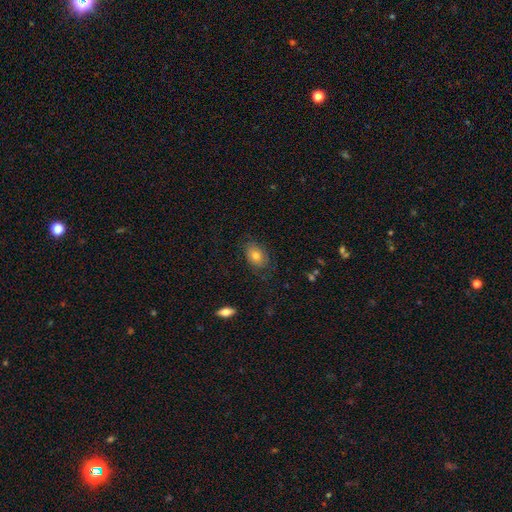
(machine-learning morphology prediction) type=smooth (73%); roundness=in between (80%); merging=none (76%).